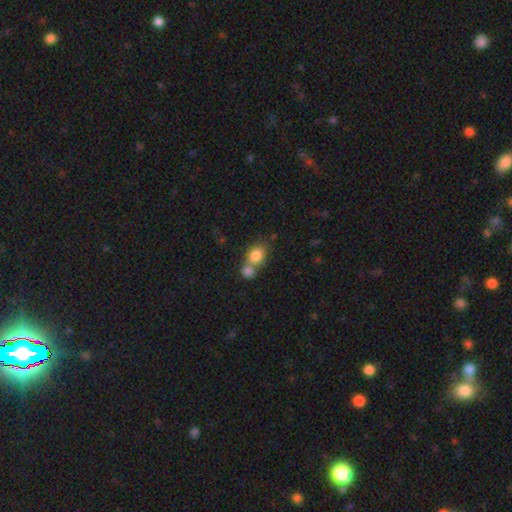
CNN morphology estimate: A smooth galaxy with no disk features (82%) that is round (58%). Merging: merger (51%).